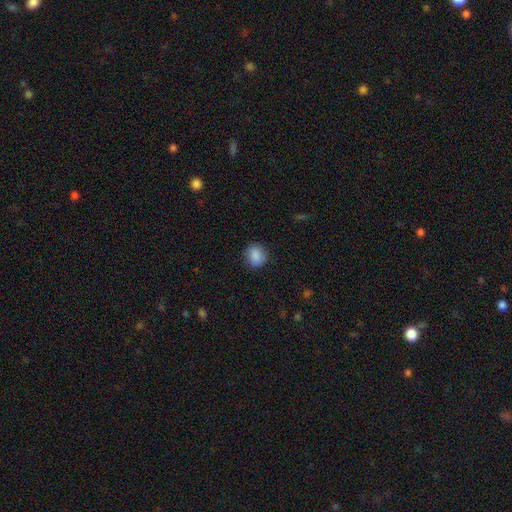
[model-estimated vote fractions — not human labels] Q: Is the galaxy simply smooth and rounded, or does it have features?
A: smooth — 88%.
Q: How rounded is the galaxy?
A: round — 72%.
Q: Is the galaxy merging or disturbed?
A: none — 86%.